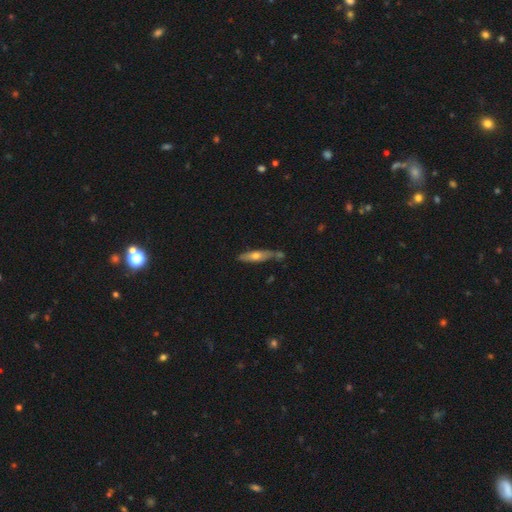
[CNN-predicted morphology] Overall: smooth (53%; featured or disk 40%). How rounded: cigar-shaped (74%). Merging: none (61%).